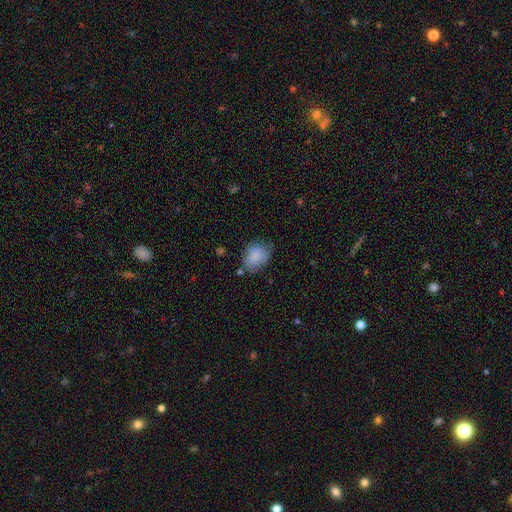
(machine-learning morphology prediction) A smooth galaxy with no disk features (84%) that is in between round and cigar-shaped (64%). Merging: none (63%).